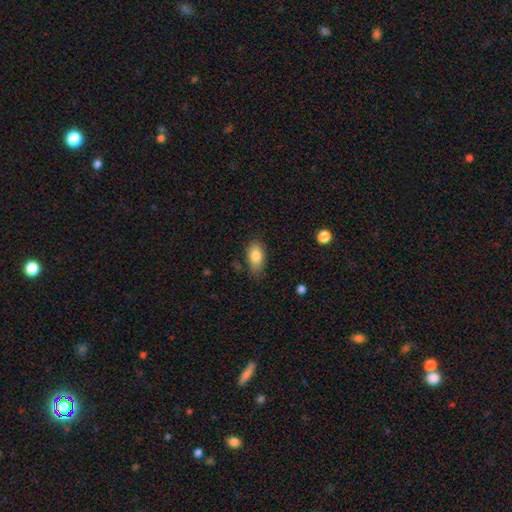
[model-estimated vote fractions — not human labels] Q: Smooth or featured?
A: smooth (83%); runner-up: featured or disk (10%)
Q: How rounded?
A: in between (90%); runner-up: round (6%)
Q: Merging?
A: none (74%); runner-up: minor disturbance (20%)